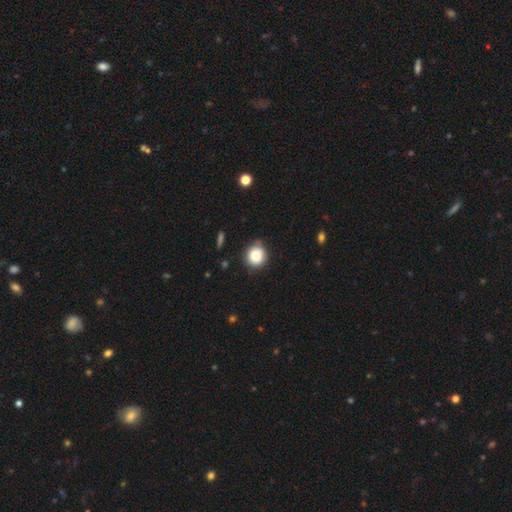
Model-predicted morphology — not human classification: Smooth or featured?
  - smooth: 82% *
  - star or artifact: 10%
  - featured or disk: 8%
How rounded?
  - round: 89% *
  - in between: 10%
  - cigar-shaped: 1%
Merging?
  - none: 75% *
  - minor disturbance: 18%
  - merger: 3%
  - major disturbance: 3%